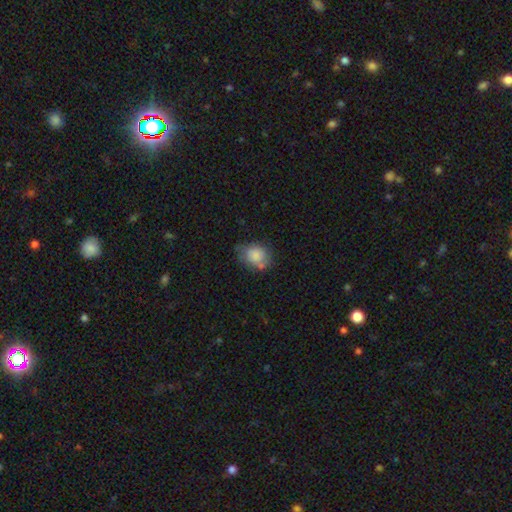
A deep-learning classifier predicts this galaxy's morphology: smooth_or_featured: smooth (p=0.78) [alt: featured or disk p=0.14]
how_rounded: round (p=0.50) [alt: in between p=0.49]
merging: none (p=0.50) [alt: minor disturbance p=0.31]